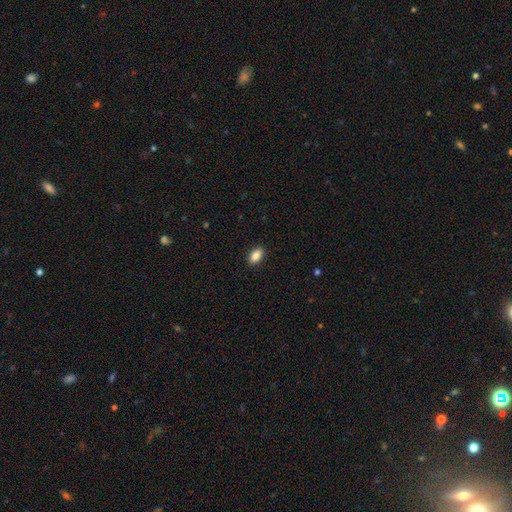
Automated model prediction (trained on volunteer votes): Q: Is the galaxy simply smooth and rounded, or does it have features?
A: smooth — 88%.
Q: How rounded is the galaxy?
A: in between — 91%.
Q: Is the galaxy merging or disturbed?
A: none — 90%.